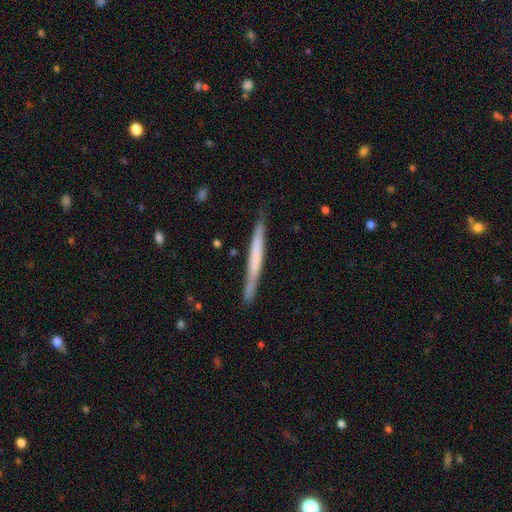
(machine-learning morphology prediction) This is possibly a featured or disk galaxy (47%, tied with smooth). Merging: clearly none (83%).